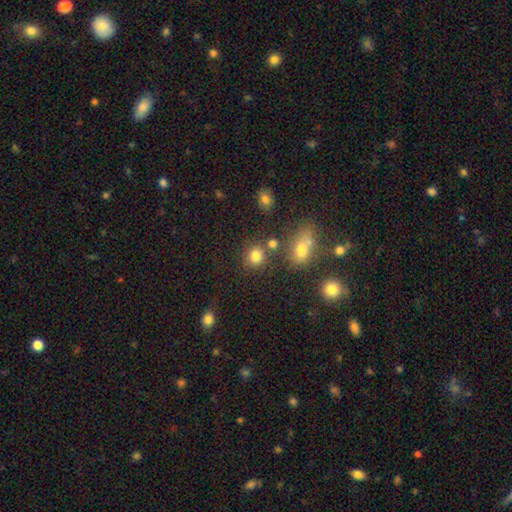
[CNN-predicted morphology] A smooth galaxy with no disk features (78%) that is round (81%). Merging: none (71%).